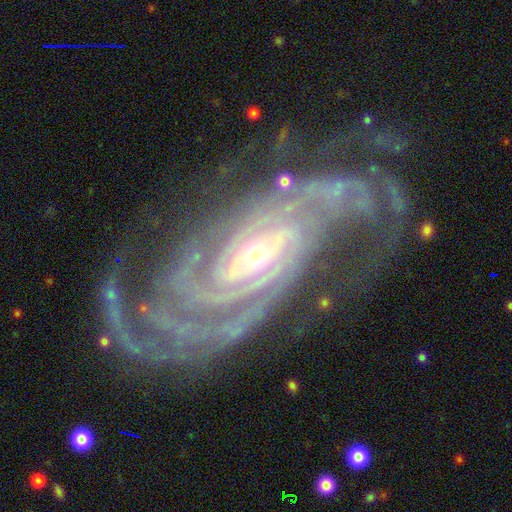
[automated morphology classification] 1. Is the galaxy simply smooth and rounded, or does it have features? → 93% featured or disk, 5% star or artifact, 2% smooth.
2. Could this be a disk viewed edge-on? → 96% no, 4% yes.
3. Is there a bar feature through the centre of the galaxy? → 36% no, 35% weak, 28% strong.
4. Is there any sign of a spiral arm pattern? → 99% yes, 1% no.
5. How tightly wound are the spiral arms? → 75% tight, 22% medium, 4% loose.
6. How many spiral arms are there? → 23% 4, 18% 3, 17% can't tell, 17% more than 4, 16% 2, 8% 1.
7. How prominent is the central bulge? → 66% small, 30% moderate, 2% large, 1% none, 1% dominant.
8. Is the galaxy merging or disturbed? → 72% none, 17% minor disturbance, 9% major disturbance, 2% merger.